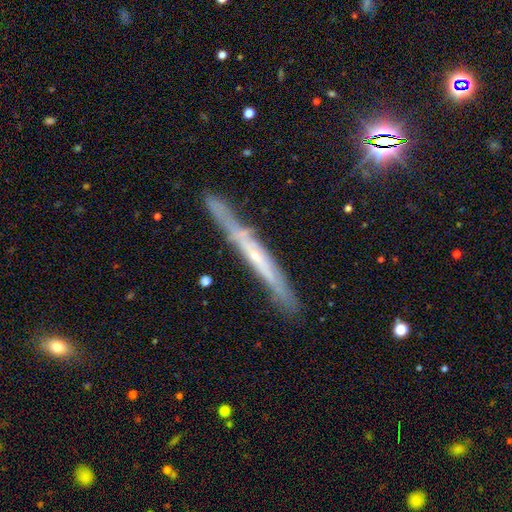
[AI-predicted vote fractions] A featured or disk galaxy (69%) viewed edge-on (91%) with no central bulge (64%).

Vote fractions:
- Smooth or featured? featured or disk: 69% / smooth: 22% / star or artifact: 9%
- Edge-on disk? yes: 91% / no: 9%
- Edge-on bulge? none: 64% / rounded: 30% / boxy: 6%
- Merging? none: 82% / minor disturbance: 13% / merger: 3% / major disturbance: 2%